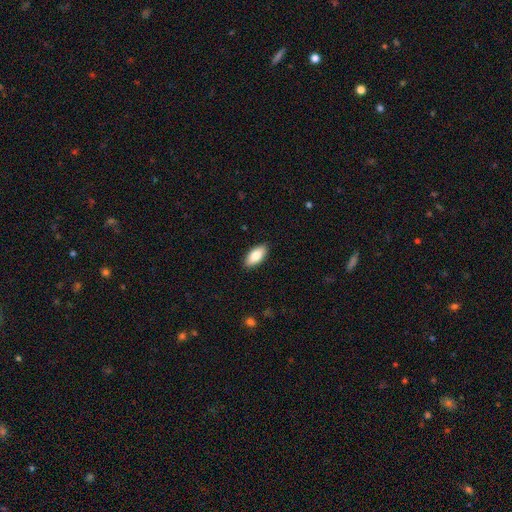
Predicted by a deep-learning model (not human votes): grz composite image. It shows a smooth galaxy with no disk features (82%) that is in between round and cigar-shaped (90%). Merging: none (90%).